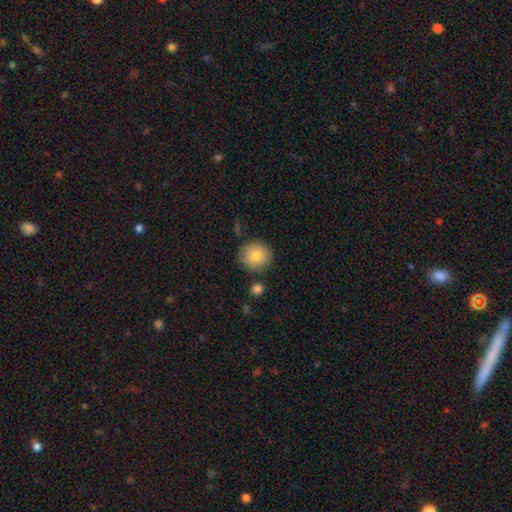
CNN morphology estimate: This appears to be a smooth galaxy with no disk features (83%) that is round (90%). Merging: none (82%).